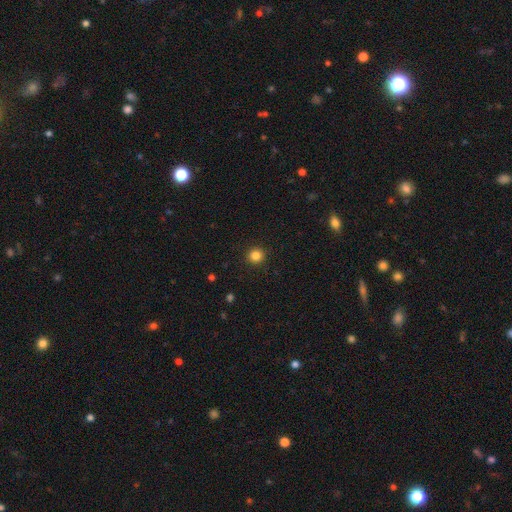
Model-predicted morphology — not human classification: type=smooth (84%); roundness=round (94%); merging=none (92%).